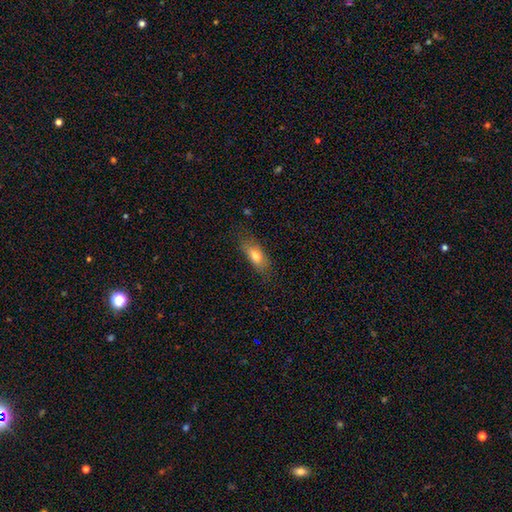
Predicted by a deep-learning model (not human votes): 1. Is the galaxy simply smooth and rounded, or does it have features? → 75% smooth, 18% featured or disk, 7% star or artifact.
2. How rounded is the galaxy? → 79% in between, 17% cigar-shaped, 4% round.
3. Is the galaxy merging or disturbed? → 69% none, 23% minor disturbance, 7% major disturbance, 1% merger.